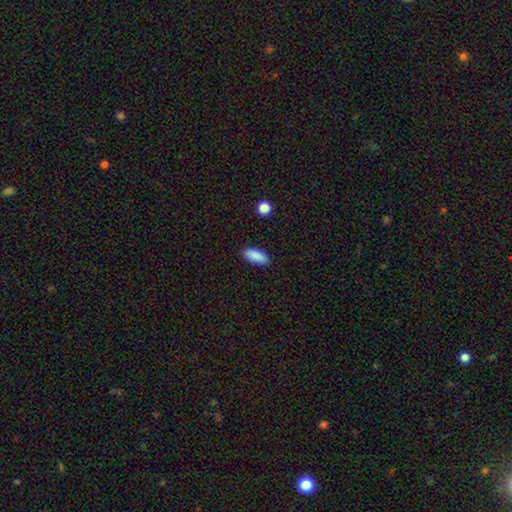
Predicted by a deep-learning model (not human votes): Overall: smooth (89%). How rounded: in between (80%). Merging: none (89%).